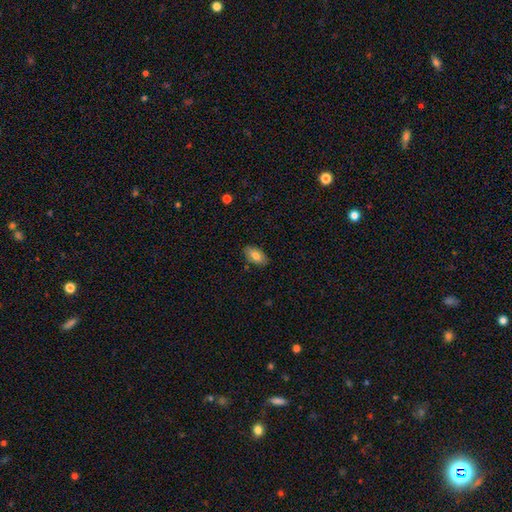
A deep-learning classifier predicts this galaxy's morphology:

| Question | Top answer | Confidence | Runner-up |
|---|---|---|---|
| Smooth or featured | smooth | 78% | featured or disk (15%) |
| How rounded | in between | 92% | cigar-shaped (4%) |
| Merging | none | 84% | minor disturbance (11%) |